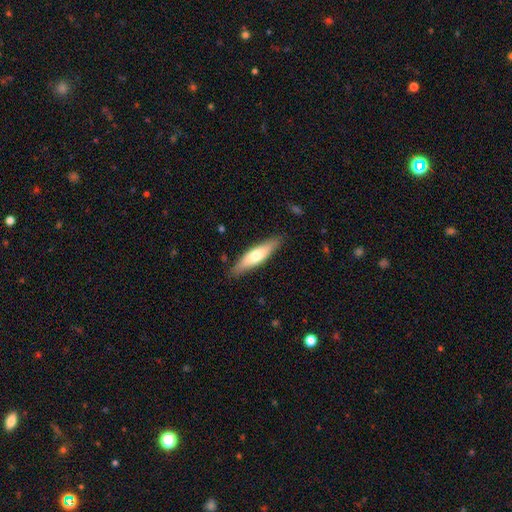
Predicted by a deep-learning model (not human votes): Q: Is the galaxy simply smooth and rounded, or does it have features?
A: smooth — 57%.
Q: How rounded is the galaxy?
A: cigar-shaped — 70%.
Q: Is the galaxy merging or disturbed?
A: none — 87%.